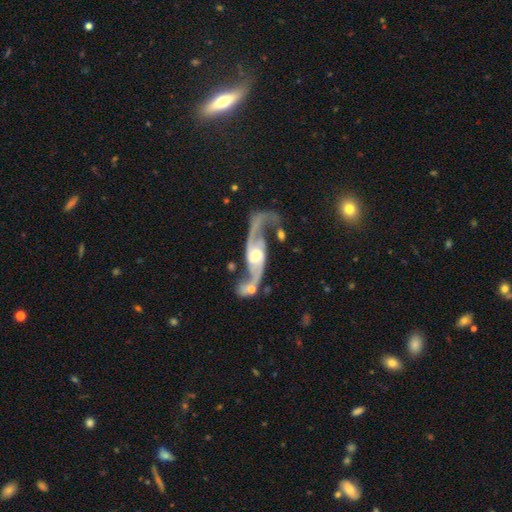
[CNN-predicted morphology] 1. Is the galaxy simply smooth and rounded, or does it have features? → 92% featured or disk, 4% star or artifact, 4% smooth.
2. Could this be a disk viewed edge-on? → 95% no, 5% yes.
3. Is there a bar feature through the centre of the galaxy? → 50% no, 34% weak, 16% strong.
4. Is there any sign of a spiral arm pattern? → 97% yes, 3% no.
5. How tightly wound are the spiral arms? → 68% loose, 26% medium, 6% tight.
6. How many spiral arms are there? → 94% 2, 2% 1, 2% can't tell, 1% 3, 1% 4, 1% more than 4.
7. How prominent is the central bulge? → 54% moderate, 37% small, 5% large, 2% none, 1% dominant.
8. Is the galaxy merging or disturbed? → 52% none, 19% merger, 16% minor disturbance, 13% major disturbance.